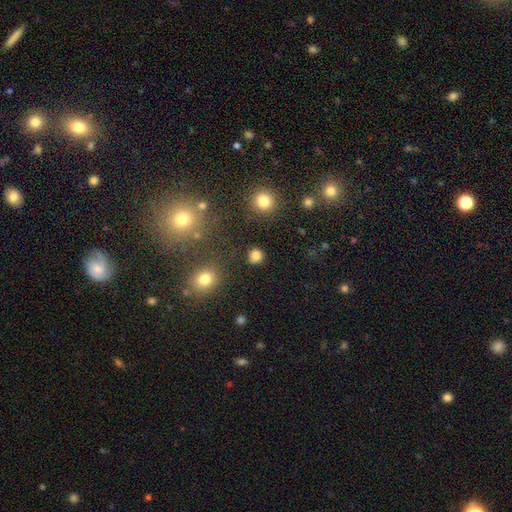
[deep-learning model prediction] Smooth or featured?
  - smooth: 82% *
  - star or artifact: 13%
  - featured or disk: 5%
How rounded?
  - round: 88% *
  - in between: 11%
  - cigar-shaped: 1%
Merging?
  - none: 86% *
  - minor disturbance: 8%
  - major disturbance: 3%
  - merger: 3%